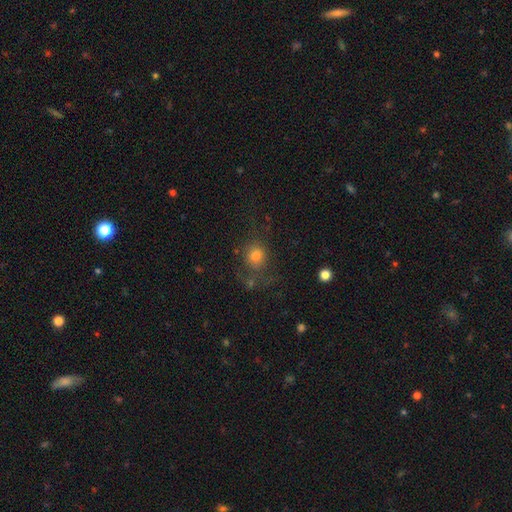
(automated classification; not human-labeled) Smooth or featured?
  - smooth: 72% *
  - star or artifact: 15%
  - featured or disk: 14%
How rounded?
  - round: 77% *
  - in between: 21%
  - cigar-shaped: 1%
Merging?
  - none: 62% *
  - minor disturbance: 18%
  - major disturbance: 15%
  - merger: 5%